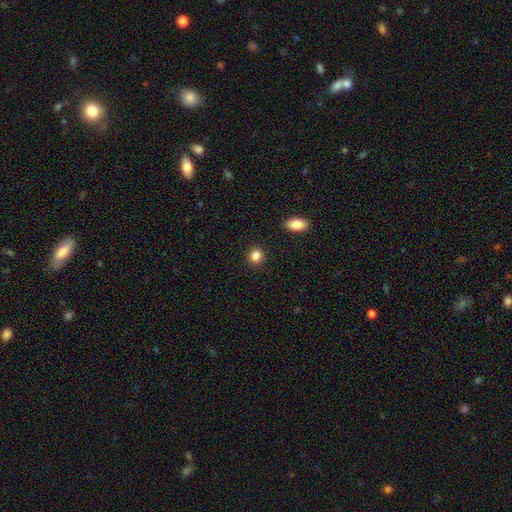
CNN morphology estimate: The model was most divided on "how rounded": round: 81%, in between: 18%, cigar-shaped: 1%. More confident: merging — none (91%); smooth or featured — smooth (86%).